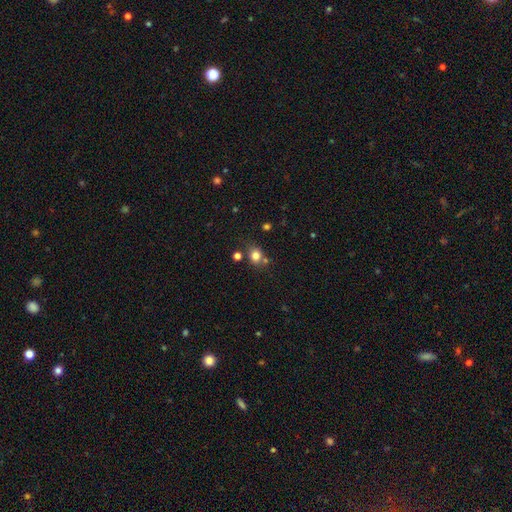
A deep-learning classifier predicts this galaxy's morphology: Smooth or featured? Predicted: smooth (p=0.79). How rounded? Predicted: round (p=0.69). Merging? Predicted: none (p=0.67).